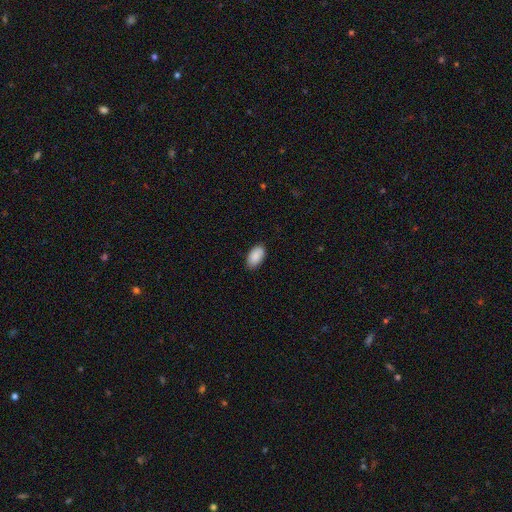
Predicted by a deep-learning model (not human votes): smooth_or_featured: smooth (p=0.89) [alt: star or artifact p=0.06]
how_rounded: in between (p=0.95) [alt: round p=0.03]
merging: none (p=0.86) [alt: minor disturbance p=0.11]